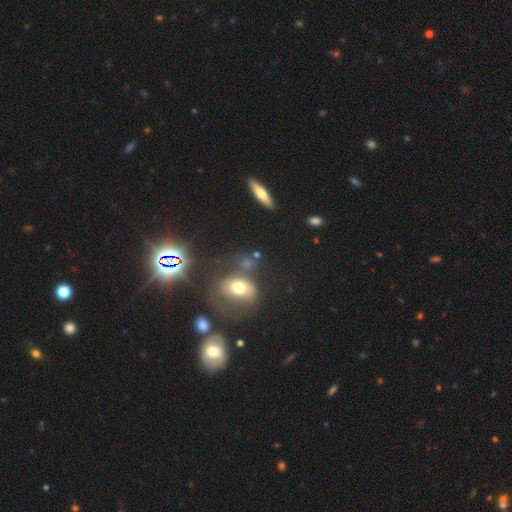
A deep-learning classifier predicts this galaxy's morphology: Smooth or featured? smooth (50%)
Merging? none (58%)